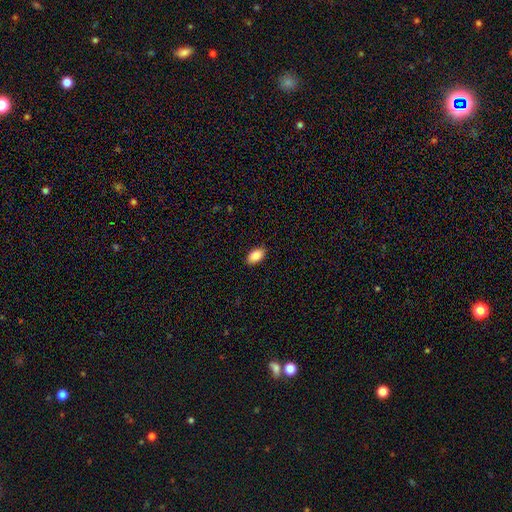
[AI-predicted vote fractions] Q: Smooth or featured?
A: smooth (88%); runner-up: star or artifact (7%)
Q: How rounded?
A: in between (93%); runner-up: round (5%)
Q: Merging?
A: none (89%); runner-up: minor disturbance (8%)